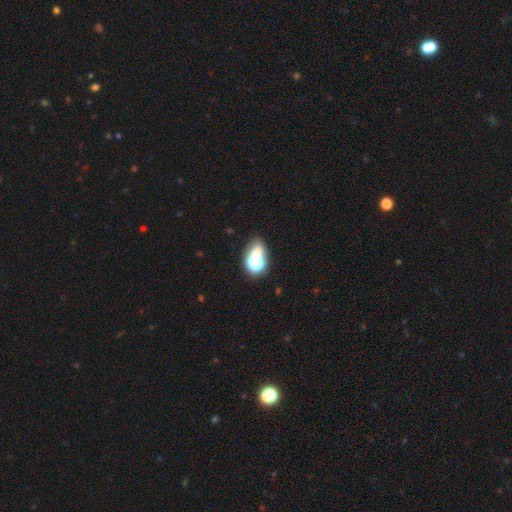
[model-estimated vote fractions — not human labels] Smooth or featured?
  - smooth: 57% *
  - star or artifact: 24%
  - featured or disk: 20%
How rounded?
  - in between: 65% *
  - round: 30%
  - cigar-shaped: 5%
Merging?
  - none: 48% *
  - merger: 26%
  - minor disturbance: 15%
  - major disturbance: 11%